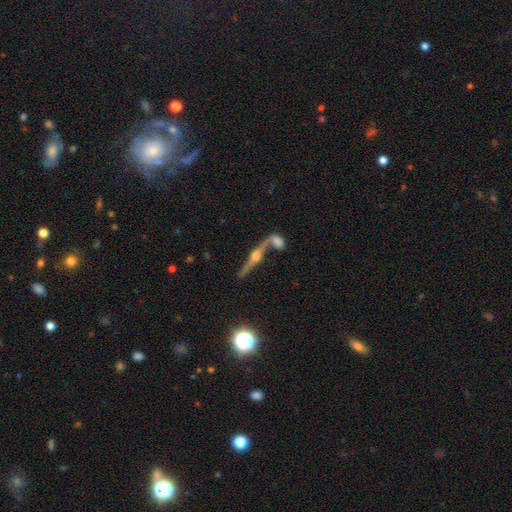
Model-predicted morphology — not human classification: Smooth or featured: featured or disk — 77% (smooth — 12%)
Edge-on disk: yes — 86% (no — 14%)
Edge-on bulge: rounded — 92% (none — 4%)
Merging: none — 54% (merger — 27%)